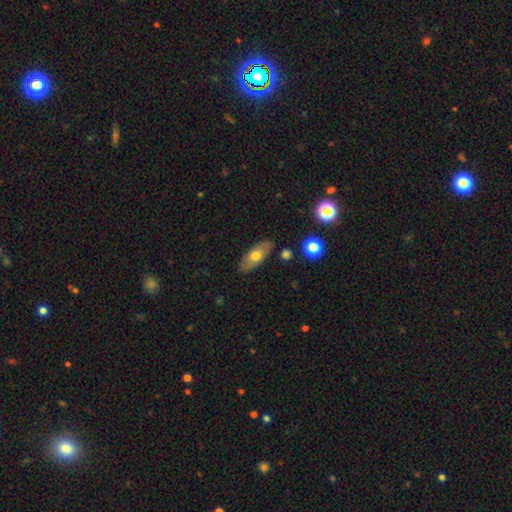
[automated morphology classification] Smooth or featured: smooth — 62% (featured or disk — 31%)
How rounded: in between — 82% (cigar-shaped — 14%)
Merging: none — 82% (minor disturbance — 13%)